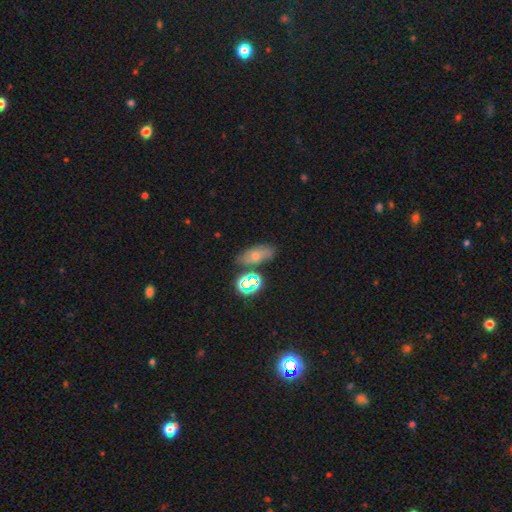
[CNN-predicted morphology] smooth_or_featured: smooth (p=0.53) [alt: featured or disk p=0.25]
how_rounded: in between (p=0.78) [alt: round p=0.14]
merging: none (p=0.66) [alt: minor disturbance p=0.18]